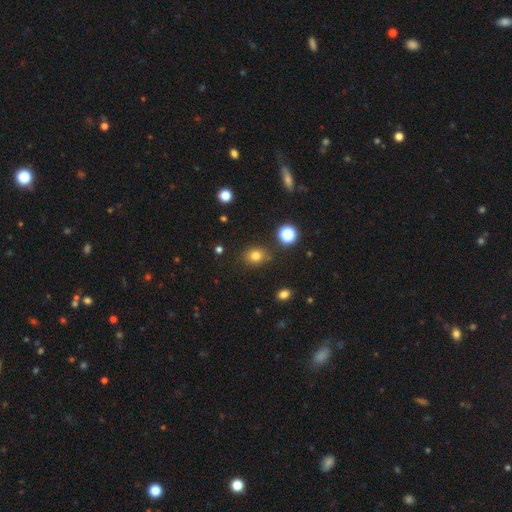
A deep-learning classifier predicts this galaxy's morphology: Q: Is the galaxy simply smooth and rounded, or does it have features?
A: smooth — 77%.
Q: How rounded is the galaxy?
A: round — 67%.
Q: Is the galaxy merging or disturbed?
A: none — 83%.